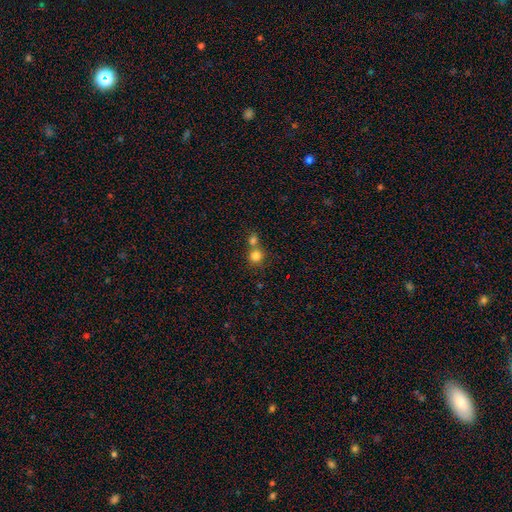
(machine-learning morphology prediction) Smooth or featured?
  - smooth: 80% *
  - star or artifact: 12%
  - featured or disk: 8%
How rounded?
  - round: 88% *
  - in between: 11%
  - cigar-shaped: 1%
Merging?
  - none: 48% *
  - merger: 43%
  - minor disturbance: 6%
  - major disturbance: 3%